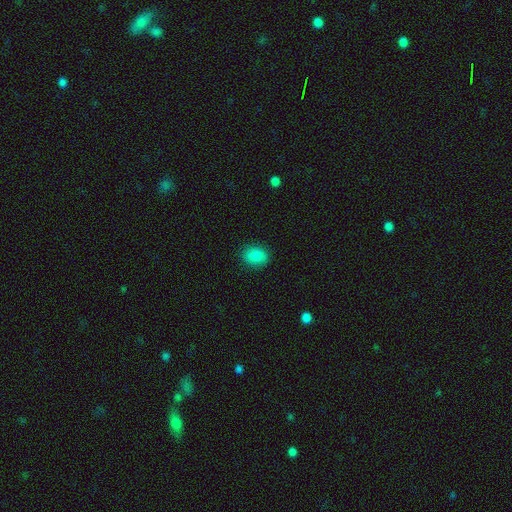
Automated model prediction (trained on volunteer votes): This appears to be a smooth galaxy with no disk features (85%) that is in between round and cigar-shaped (55%). Merging: none (87%).